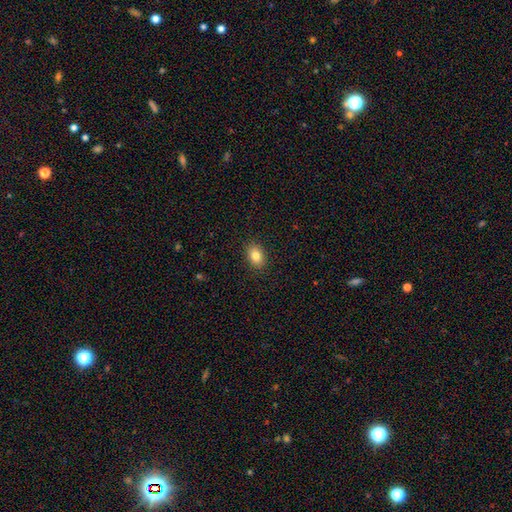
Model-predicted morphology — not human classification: A smooth galaxy with no disk features (83%) that is in between round and cigar-shaped (72%). Merging: none (89%).